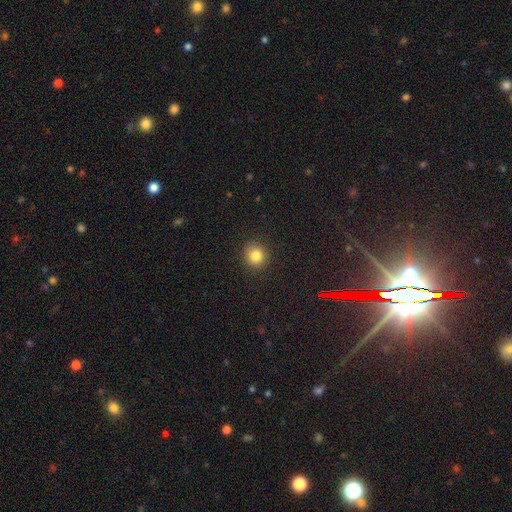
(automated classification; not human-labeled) A smooth galaxy with no disk features (82%) that is round (92%).

Vote fractions:
- Smooth or featured? smooth: 82% / star or artifact: 12% / featured or disk: 6%
- How rounded? round: 92% / in between: 8% / cigar-shaped: 1%
- Merging? none: 90% / minor disturbance: 6% / major disturbance: 2% / merger: 1%